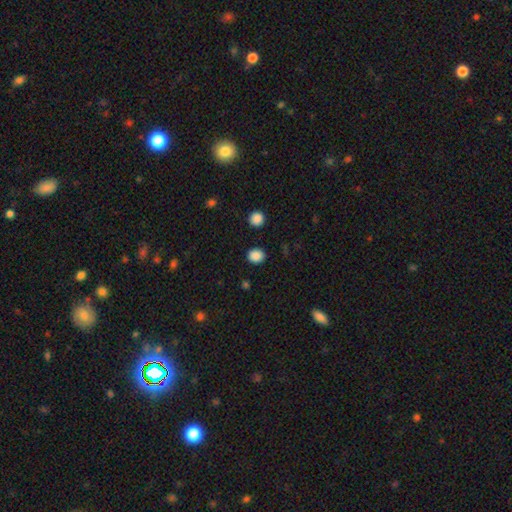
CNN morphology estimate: Smooth or featured: smooth — 87% (star or artifact — 10%)
How rounded: round — 68% (in between — 31%)
Merging: none — 88% (minor disturbance — 7%)